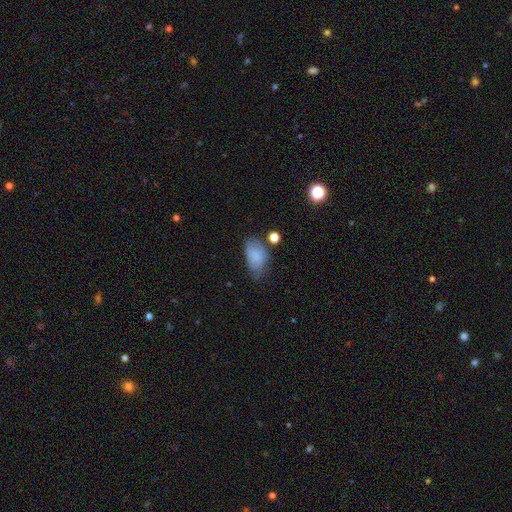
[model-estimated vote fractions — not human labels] A smooth galaxy with no disk features (78%) that is in between round and cigar-shaped (91%). Merging: none (49%).